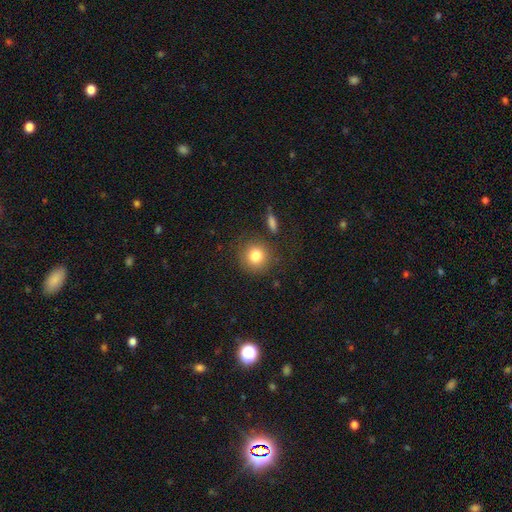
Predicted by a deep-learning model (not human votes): Overall: smooth (82%). How rounded: round (89%). Merging: none (82%).